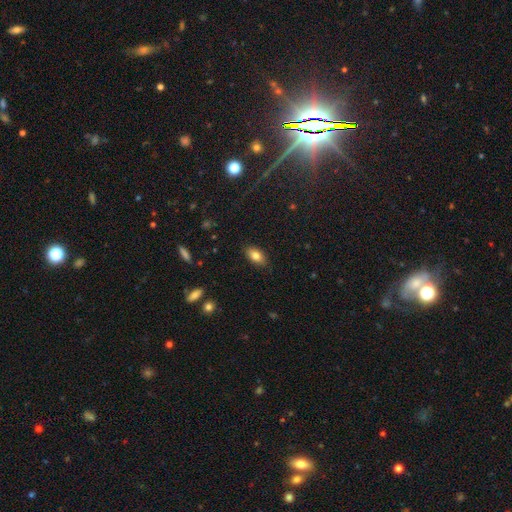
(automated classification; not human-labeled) A smooth galaxy with no disk features (81%) that is in between round and cigar-shaped (90%).

Vote fractions:
- Smooth or featured? smooth: 81% / featured or disk: 11% / star or artifact: 8%
- How rounded? in between: 90% / cigar-shaped: 5% / round: 5%
- Merging? none: 86% / minor disturbance: 11% / major disturbance: 2% / merger: 1%